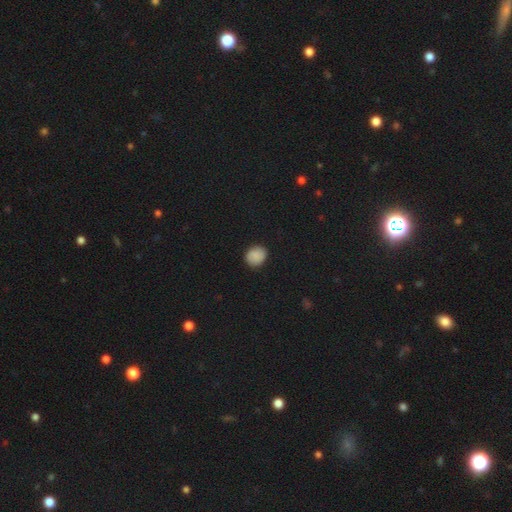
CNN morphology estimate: A smooth galaxy with no disk features (87%) that is round (73%). Merging: none (87%).